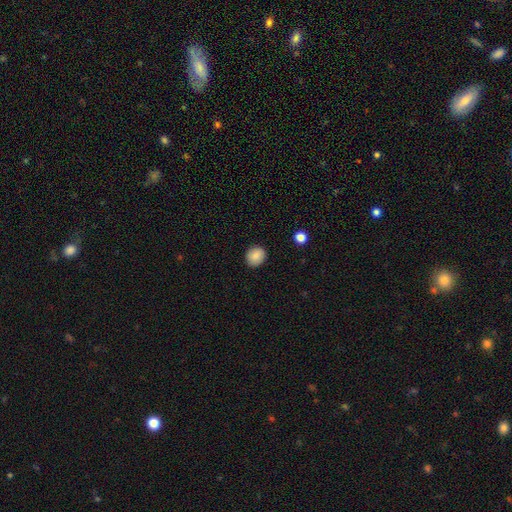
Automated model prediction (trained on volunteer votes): smooth_or_featured: smooth (p=0.86) [alt: star or artifact p=0.08]
how_rounded: round (p=0.76) [alt: in between p=0.23]
merging: none (p=0.89) [alt: minor disturbance p=0.08]